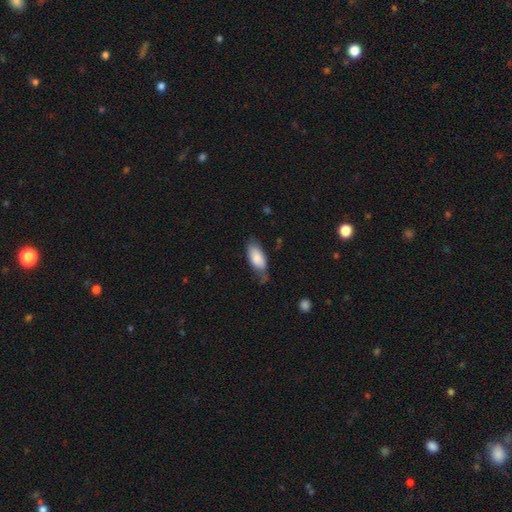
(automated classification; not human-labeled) Overall: smooth (82%). How rounded: in between (86%). Merging: none (56%; minor disturbance 33%).